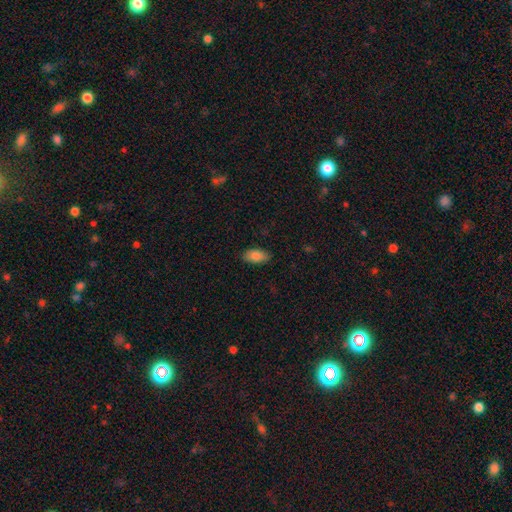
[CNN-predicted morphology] smooth-or-featured: smooth: 83% | featured or disk: 10% | star or artifact: 7%
  how-rounded: in between: 93% | cigar-shaped: 3% | round: 3%
  merging: none: 87% | minor disturbance: 10% | major disturbance: 2% | merger: 1%